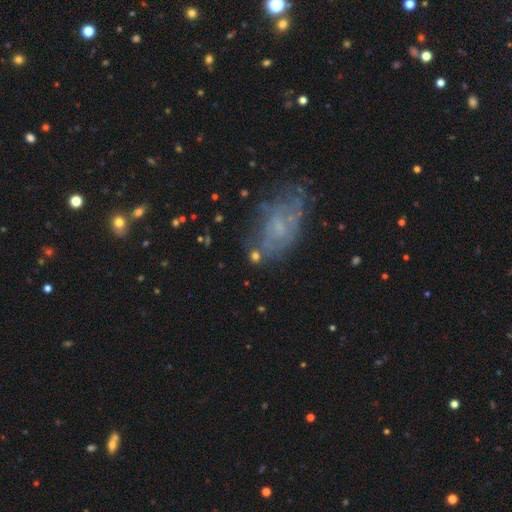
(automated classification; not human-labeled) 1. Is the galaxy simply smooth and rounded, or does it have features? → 53% smooth, 33% featured or disk, 14% star or artifact.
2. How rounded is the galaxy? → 57% round, 40% in between, 3% cigar-shaped.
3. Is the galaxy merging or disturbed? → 59% none, 18% minor disturbance, 12% major disturbance, 11% merger.